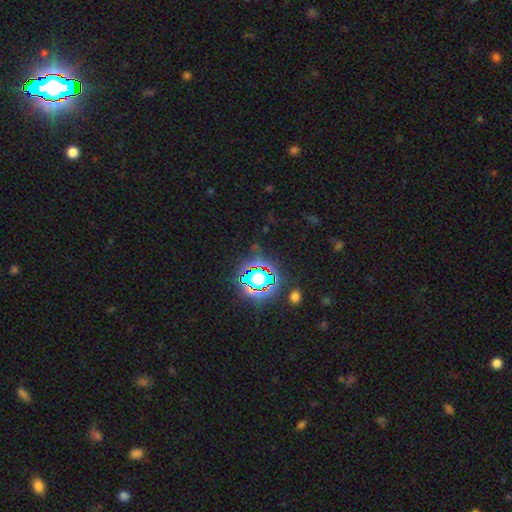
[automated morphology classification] The model was most divided on "smooth or featured": star or artifact: 79%, smooth: 14%, featured or disk: 7%.